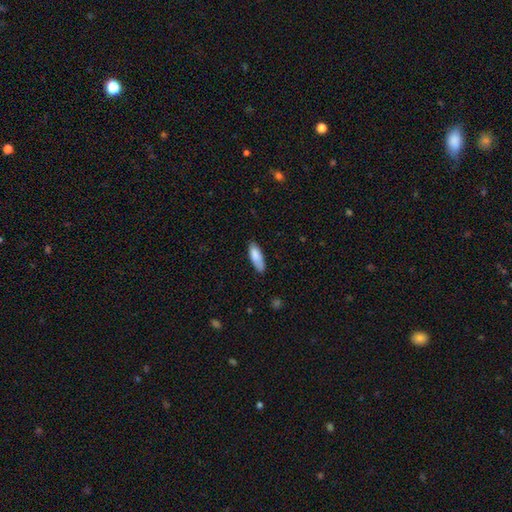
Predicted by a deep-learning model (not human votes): Smooth or featured? smooth (86%)
How rounded? in between (63%)
Merging? none (76%)